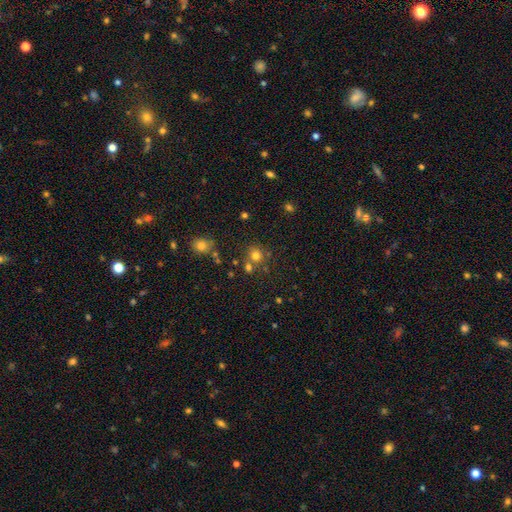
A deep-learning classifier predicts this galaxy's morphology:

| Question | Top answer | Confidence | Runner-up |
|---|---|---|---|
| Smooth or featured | smooth | 74% | star or artifact (18%) |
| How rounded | round | 86% | in between (13%) |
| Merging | none | 66% | merger (21%) |